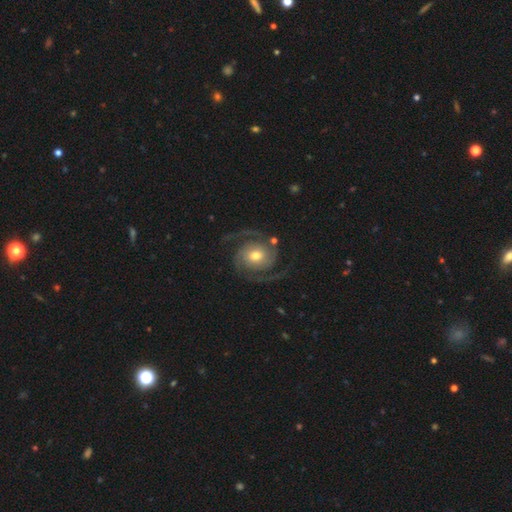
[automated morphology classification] Overall: featured or disk (92%). Edge-on disk: no (98%). Bar: no (65%; weak 26%). Spiral arms: yes (98%). Spiral arm count: 2 (91%). Spiral winding: medium (51%; tight 34%). Bulge size: moderate (65%). Merging: none (80%).